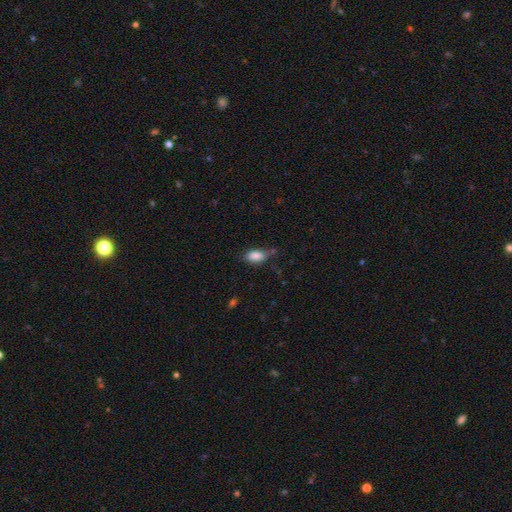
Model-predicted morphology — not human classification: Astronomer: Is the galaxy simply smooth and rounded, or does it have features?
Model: smooth — 86%.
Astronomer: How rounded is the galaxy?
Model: in between — 89%.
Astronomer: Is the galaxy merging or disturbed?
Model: none — 61%.